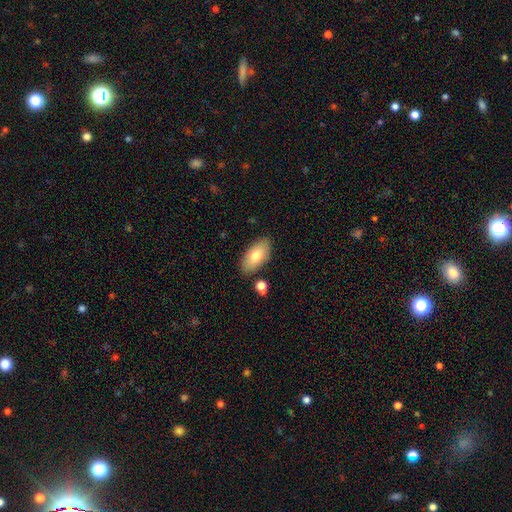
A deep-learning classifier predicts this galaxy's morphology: A smooth galaxy with no disk features (79%) that is in between round and cigar-shaped (92%). Merging: none (84%).